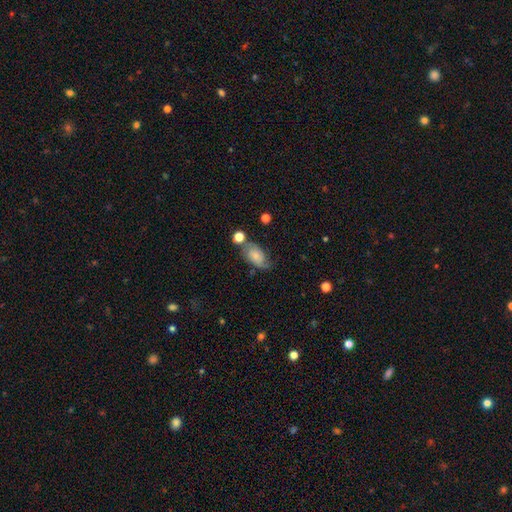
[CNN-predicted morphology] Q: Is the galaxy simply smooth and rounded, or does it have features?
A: featured or disk — 49%.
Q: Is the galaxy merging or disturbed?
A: none — 54%.